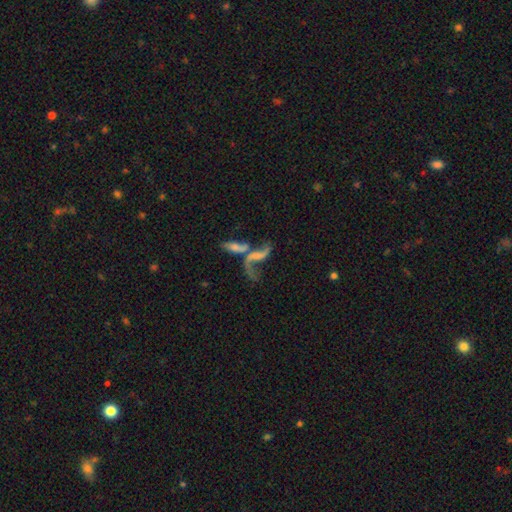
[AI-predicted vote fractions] Smooth or featured? featured or disk (68%)
Edge-on disk? no (88%)
Bar? no (55%)
Spiral arms? yes (75%)
Bulge size? none (48%)
Merging? merger (52%)